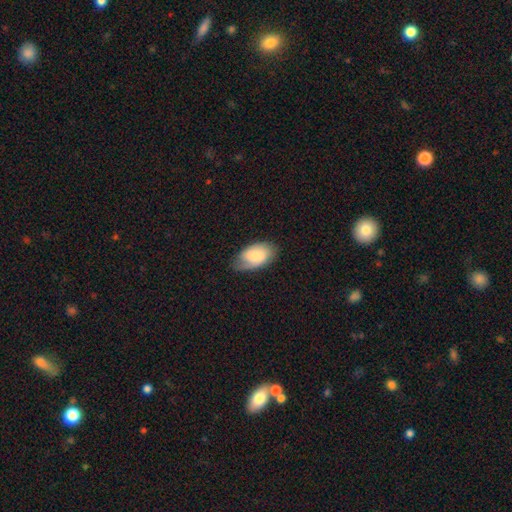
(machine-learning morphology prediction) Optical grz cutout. It shows a smooth galaxy with no disk features (68%) that is in between round and cigar-shaped (94%). Merging: none (65%).